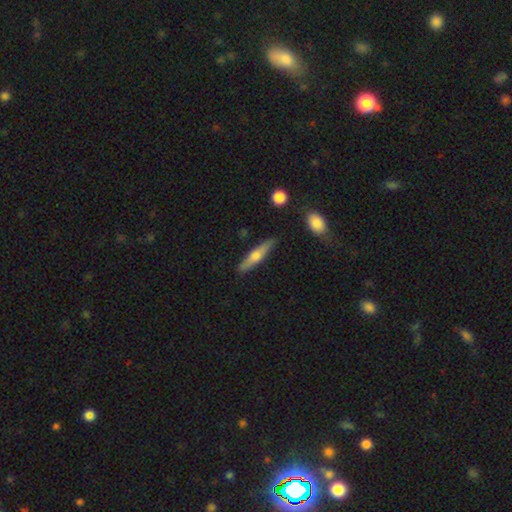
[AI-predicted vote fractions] Smooth or featured? Predicted: featured or disk (p=0.47, tied with smooth). Merging? Predicted: none (p=0.85).